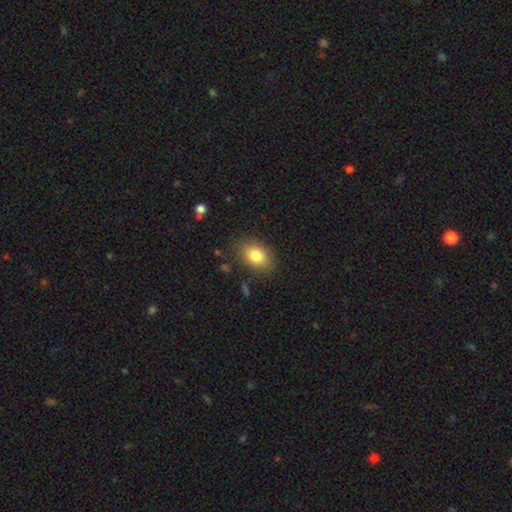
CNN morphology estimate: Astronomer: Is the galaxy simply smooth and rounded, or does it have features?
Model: smooth — 82%.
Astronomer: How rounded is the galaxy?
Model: in between — 74%.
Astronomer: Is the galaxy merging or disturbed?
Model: none — 82%.